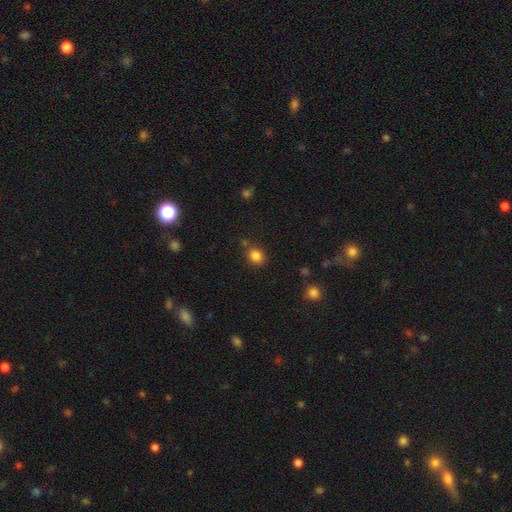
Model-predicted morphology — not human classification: type=smooth (84%); roundness=round (73%); merging=none (79%).